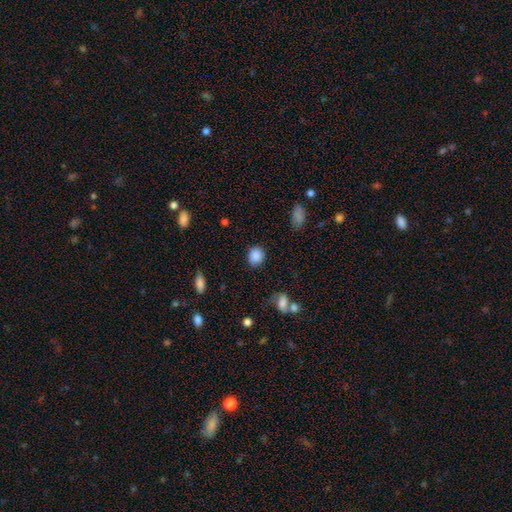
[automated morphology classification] A smooth galaxy with no disk features (87%) that is round (75%).

Vote fractions:
- Smooth or featured? smooth: 87% / star or artifact: 9% / featured or disk: 4%
- How rounded? round: 75% / in between: 24% / cigar-shaped: 1%
- Merging? none: 82% / minor disturbance: 12% / major disturbance: 4% / merger: 2%